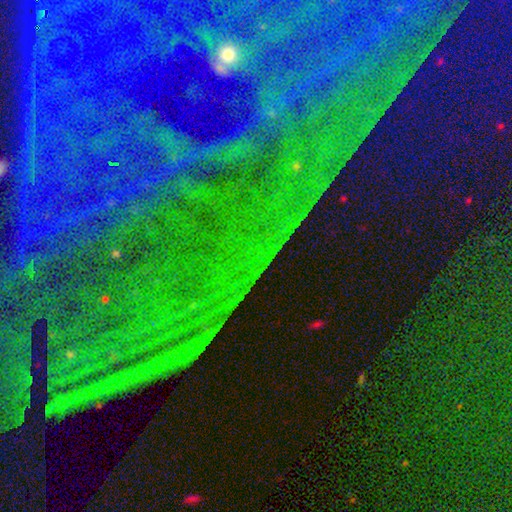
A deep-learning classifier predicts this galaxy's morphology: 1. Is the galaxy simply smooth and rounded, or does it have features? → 83% star or artifact, 10% featured or disk, 7% smooth.